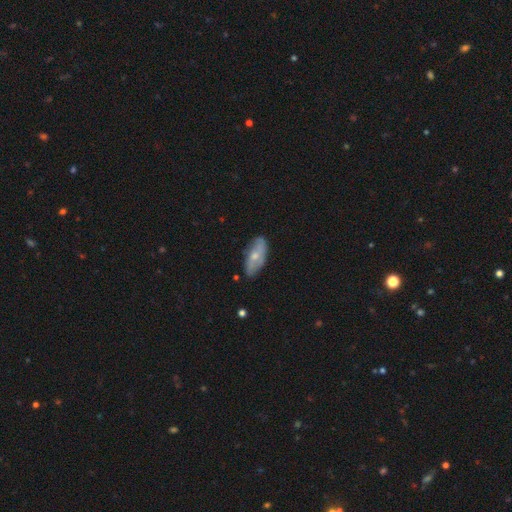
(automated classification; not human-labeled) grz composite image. It shows a smooth galaxy with no disk features (49%). Merging: none (73%).